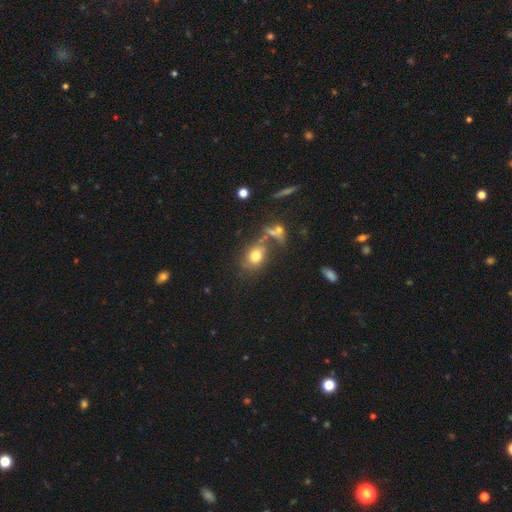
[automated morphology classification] A smooth galaxy with no disk features (77%) that is in between round and cigar-shaped (63%). Merging: none (58%).